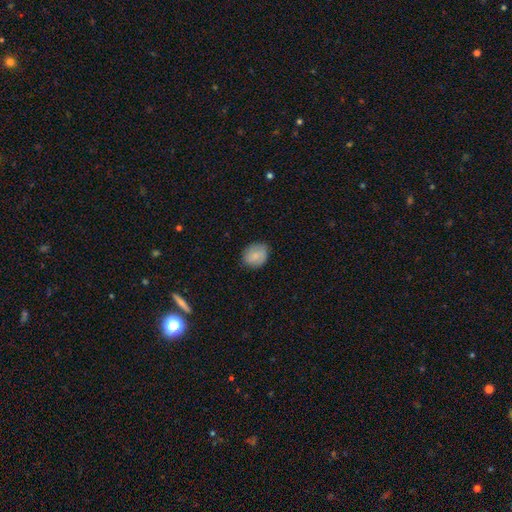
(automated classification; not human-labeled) A smooth galaxy with no disk features (82%) that is round (65%). Merging: none (80%).